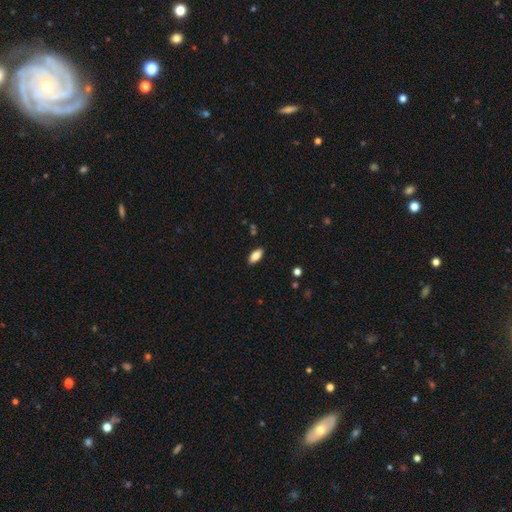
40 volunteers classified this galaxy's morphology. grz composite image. It shows a smooth galaxy with no disk features (82%) that is in between round and cigar-shaped (94%). Merging: none (100%).